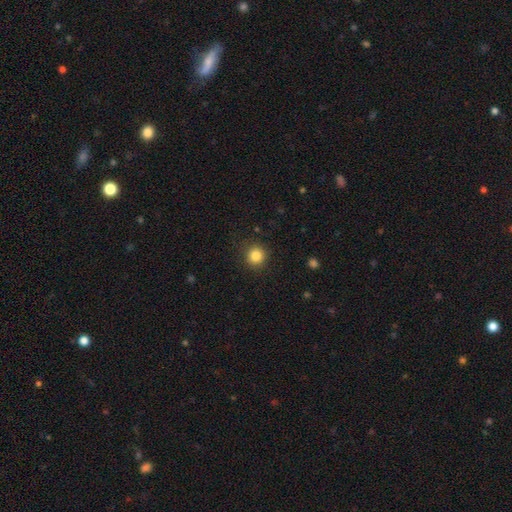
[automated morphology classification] smooth_or_featured: smooth (p=0.85) [alt: star or artifact p=0.11]
how_rounded: round (p=0.92) [alt: in between p=0.07]
merging: none (p=0.89) [alt: minor disturbance p=0.07]